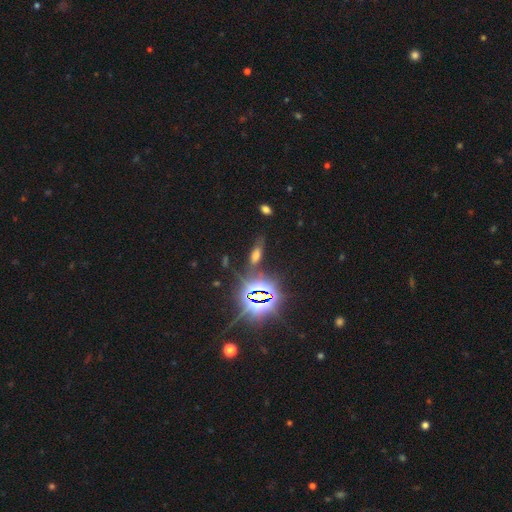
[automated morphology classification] Overall: smooth (45%; star or artifact 41%). Merging: none (72%).